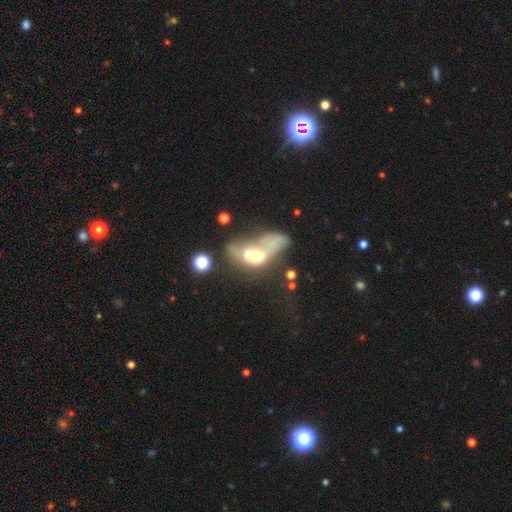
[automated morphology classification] featured or disk 47%, smooth 40%, star or artifact 13%. Down the decision tree: merging — major disturbance (44%).